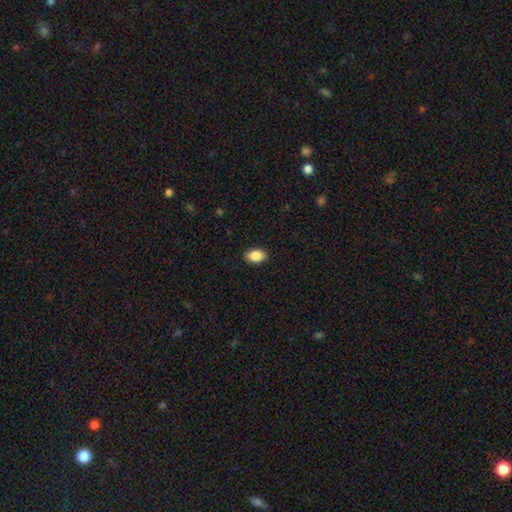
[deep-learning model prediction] Smooth or featured? smooth (88%)
How rounded? in between (91%)
Merging? none (90%)